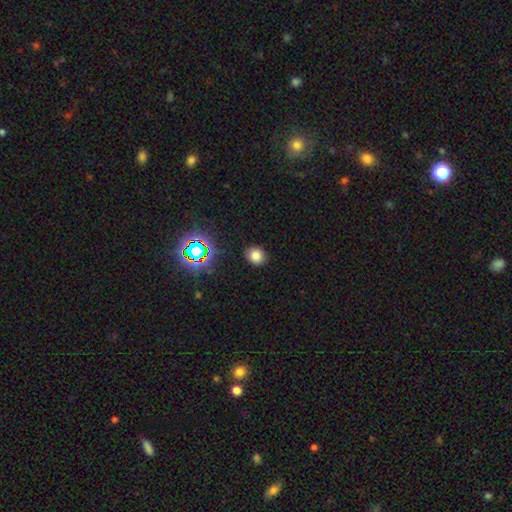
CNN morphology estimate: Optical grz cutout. It shows a smooth galaxy with no disk features (76%) that is round (73%). Merging: none (88%).